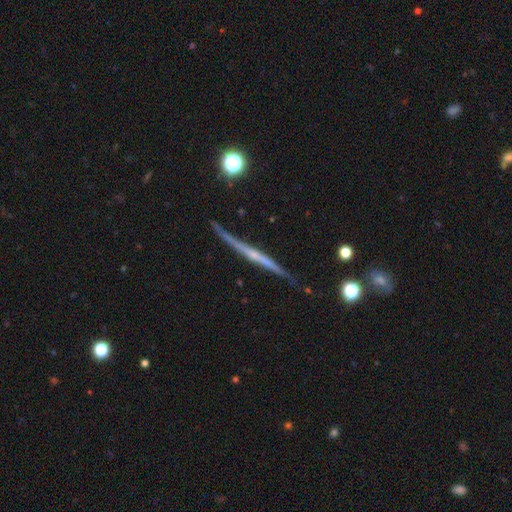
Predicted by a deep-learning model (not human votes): featured or disk 76%, smooth 18%, star or artifact 6%. Down the decision tree: edge-on disk — yes (97%); edge-on bulge — none (61%); merging — none (84%).